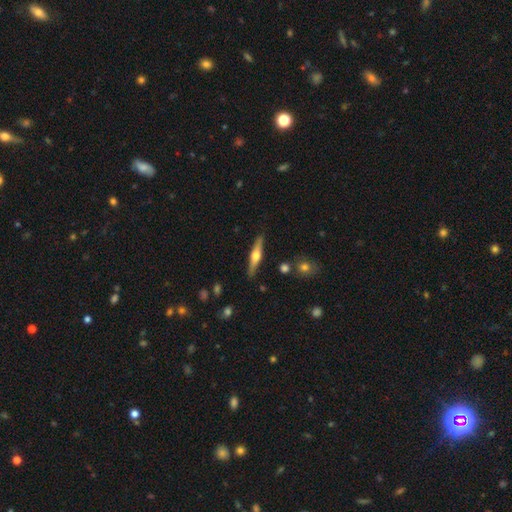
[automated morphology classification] smooth-or-featured: featured or disk: 64% | smooth: 30% | star or artifact: 5%
  disk-edge-on: yes: 96% | no: 4%
    edge-on-bulge: rounded: 94% | boxy: 4% | none: 3%
  merging: none: 88% | minor disturbance: 8% | merger: 2% | major disturbance: 2%